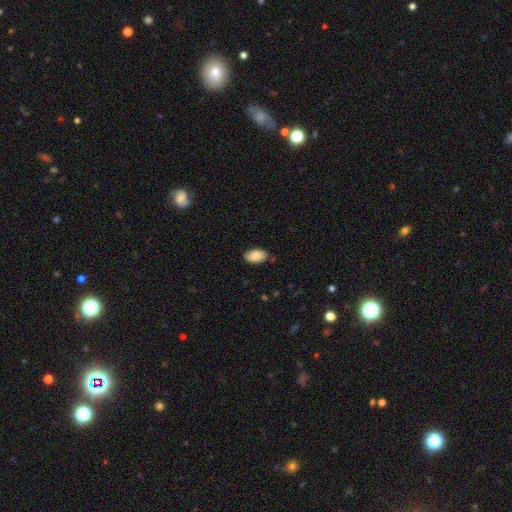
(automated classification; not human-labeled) A smooth galaxy with no disk features (85%) that is in between round and cigar-shaped (94%).

Vote fractions:
- Smooth or featured? smooth: 85% / featured or disk: 8% / star or artifact: 6%
- How rounded? in between: 94% / round: 4% / cigar-shaped: 2%
- Merging? none: 83% / minor disturbance: 13% / major disturbance: 2% / merger: 2%